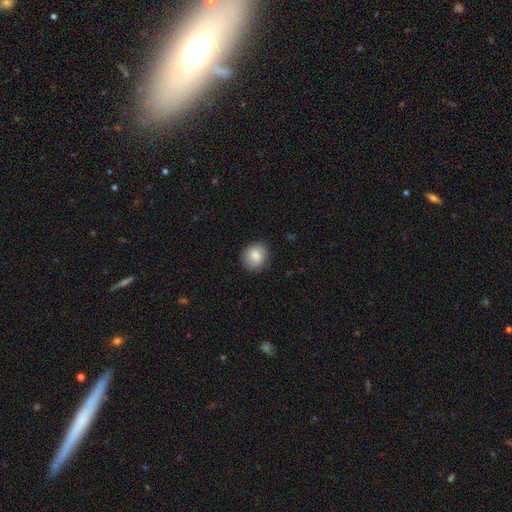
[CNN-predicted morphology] This is clearly a smooth galaxy (84%). How rounded: likely round (78%). Merging: clearly none (85%).